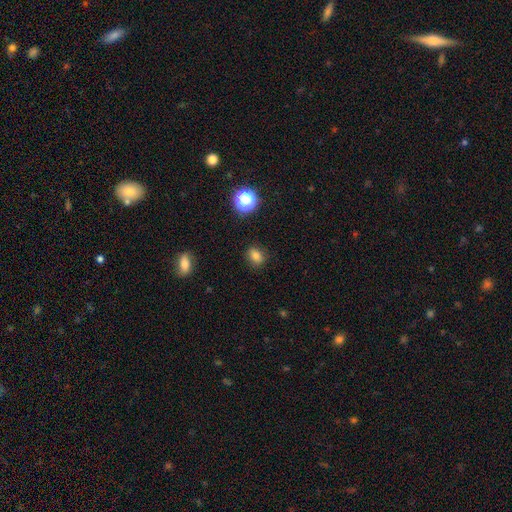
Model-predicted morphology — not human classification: This is likely a smooth galaxy (79%). How rounded: possibly in between (51%). Merging: clearly none (86%).